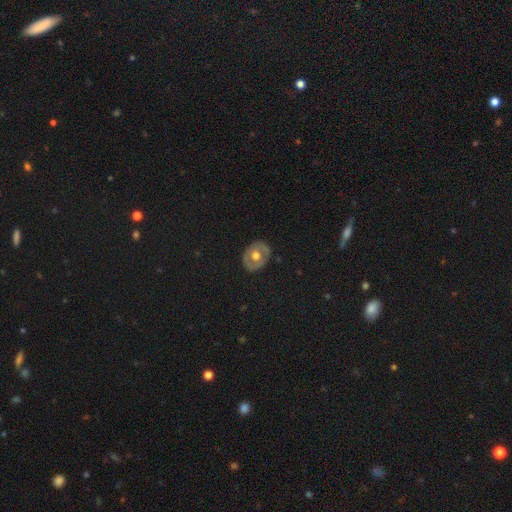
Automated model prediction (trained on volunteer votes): Smooth or featured? featured or disk (50%)
Edge-on disk? no (93%)
Merging? none (82%)